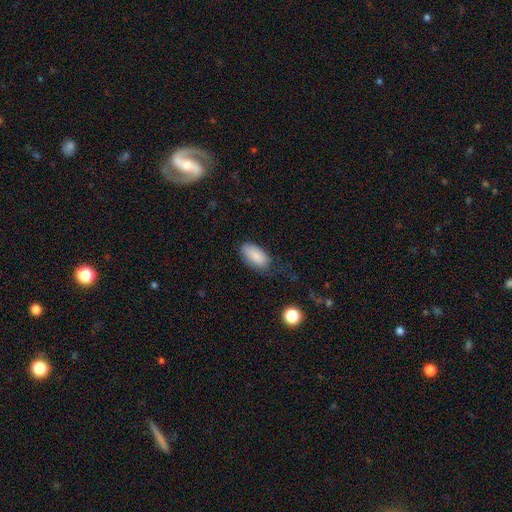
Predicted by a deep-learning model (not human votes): smooth-or-featured: smooth: 87% | star or artifact: 7% | featured or disk: 6%
  how-rounded: in between: 93% | cigar-shaped: 4% | round: 3%
  merging: none: 65% | minor disturbance: 25% | major disturbance: 9% | merger: 2%